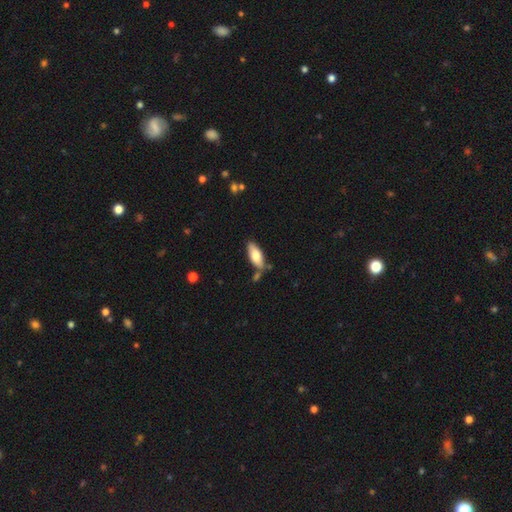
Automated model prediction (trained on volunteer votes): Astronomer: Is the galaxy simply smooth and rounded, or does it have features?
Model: smooth — 74%.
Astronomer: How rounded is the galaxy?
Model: in between — 77%.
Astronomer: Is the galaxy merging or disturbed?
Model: none — 69%.